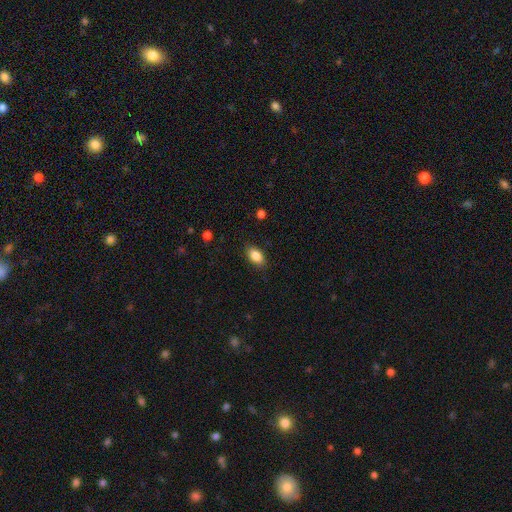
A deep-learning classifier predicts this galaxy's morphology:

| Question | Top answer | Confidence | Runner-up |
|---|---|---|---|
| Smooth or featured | smooth | 87% | star or artifact (8%) |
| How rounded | in between | 91% | round (7%) |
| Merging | none | 86% | minor disturbance (10%) |